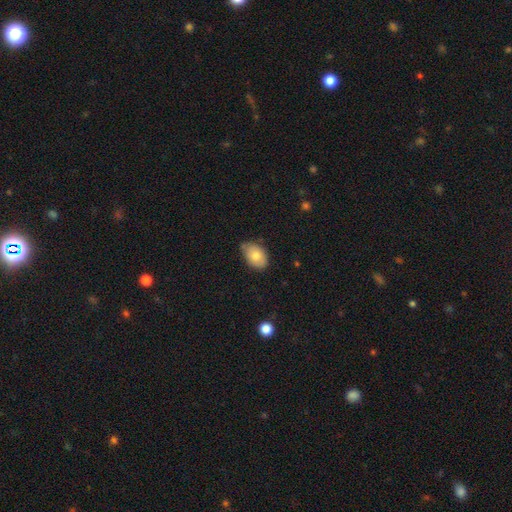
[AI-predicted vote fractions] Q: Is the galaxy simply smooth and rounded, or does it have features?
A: smooth — 78%.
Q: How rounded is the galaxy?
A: in between — 88%.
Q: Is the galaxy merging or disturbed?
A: none — 63%.